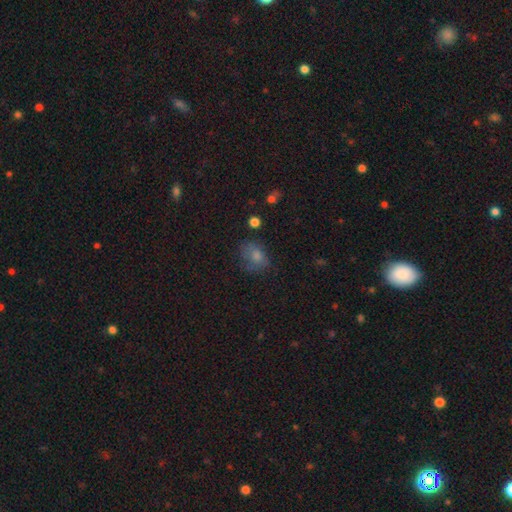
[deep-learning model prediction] Smooth or featured? Predicted: smooth (p=0.71). How rounded? Predicted: in between (p=0.63). Merging? Predicted: none (p=0.56).